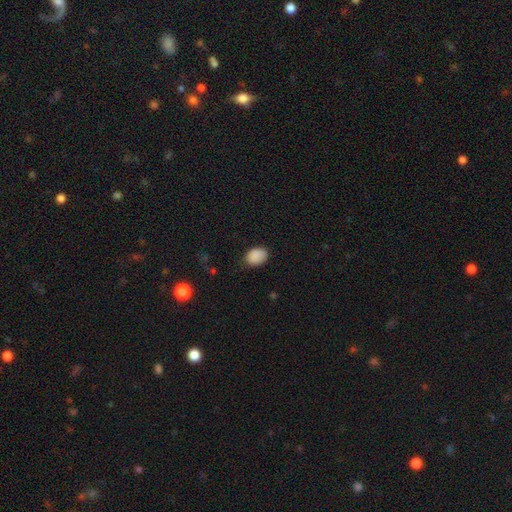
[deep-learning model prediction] The model was most divided on "how rounded": in between: 73%, round: 26%, cigar-shaped: 1%. More confident: smooth or featured — smooth (88%); merging — none (76%).